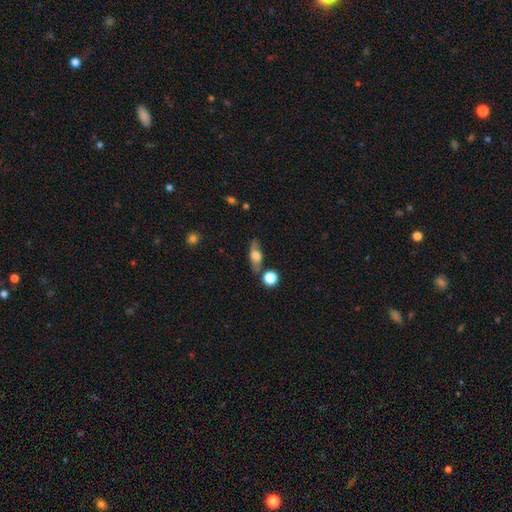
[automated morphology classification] smooth_or_featured: smooth (p=0.49) [alt: featured or disk p=0.43]
merging: none (p=0.72) [alt: minor disturbance p=0.15]